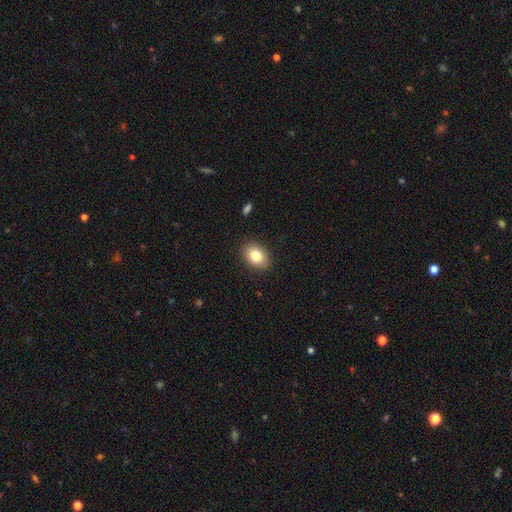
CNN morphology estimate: The model was most divided on "how rounded": in between: 80%, round: 19%, cigar-shaped: 1%. More confident: merging — none (88%); smooth or featured — smooth (82%).